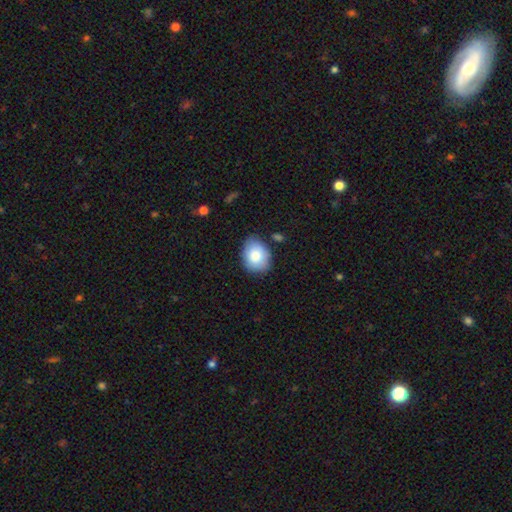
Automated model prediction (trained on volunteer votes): Smooth or featured? Predicted: smooth (p=0.83). How rounded? Predicted: in between (p=0.61). Merging? Predicted: none (p=0.77).